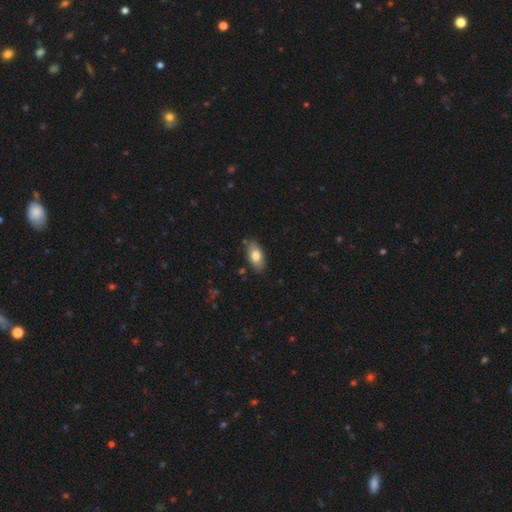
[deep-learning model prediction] Overall: smooth (78%). How rounded: in between (89%). Merging: none (83%).